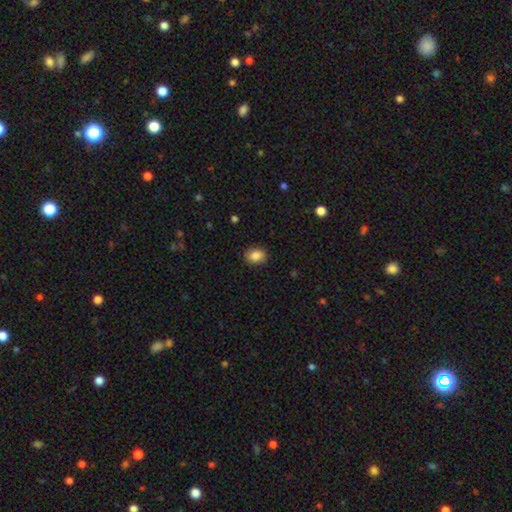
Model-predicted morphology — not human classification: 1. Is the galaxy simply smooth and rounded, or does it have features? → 86% smooth, 9% star or artifact, 5% featured or disk.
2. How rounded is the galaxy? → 66% in between, 33% round, 1% cigar-shaped.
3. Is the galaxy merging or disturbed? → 88% none, 9% minor disturbance, 2% major disturbance, 1% merger.